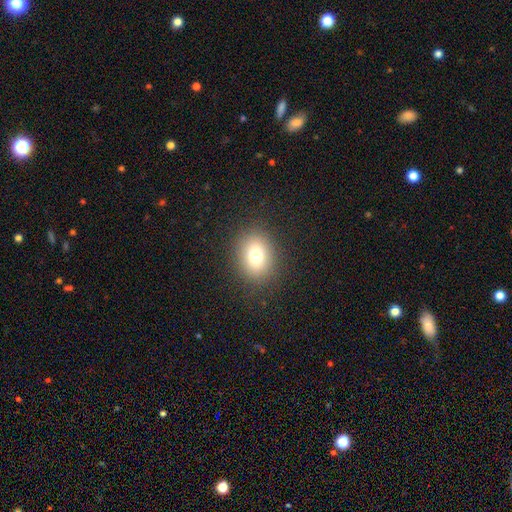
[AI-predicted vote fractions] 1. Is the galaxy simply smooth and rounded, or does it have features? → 75% smooth, 14% star or artifact, 11% featured or disk.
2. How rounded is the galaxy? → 54% round, 45% in between, 1% cigar-shaped.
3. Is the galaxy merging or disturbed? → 87% none, 8% minor disturbance, 4% major disturbance, 1% merger.